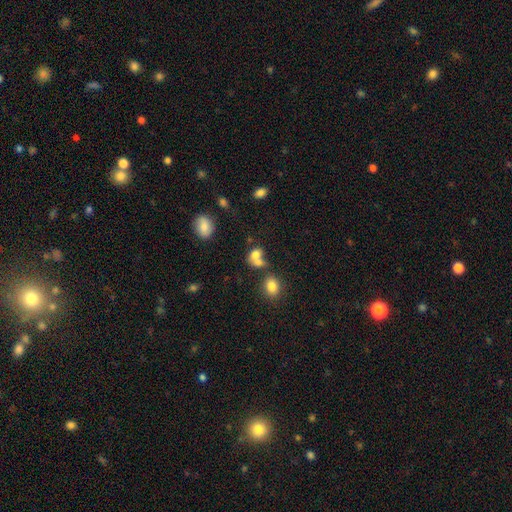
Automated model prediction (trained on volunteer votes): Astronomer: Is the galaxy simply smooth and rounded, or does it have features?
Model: smooth — 75%.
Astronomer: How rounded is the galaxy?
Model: in between — 52% (runner-up: round, 46%).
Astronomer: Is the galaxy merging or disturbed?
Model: merger — 55%.